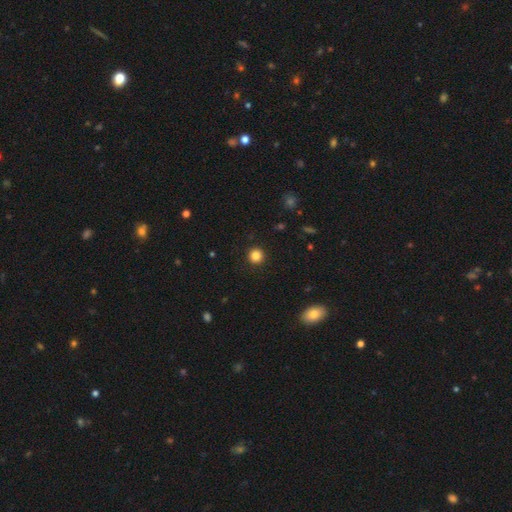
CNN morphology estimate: type=smooth (85%); roundness=round (95%); merging=none (93%).